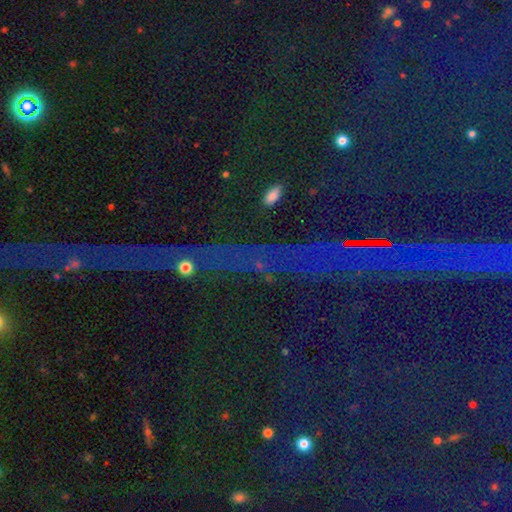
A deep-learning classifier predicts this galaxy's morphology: This appears to be a star or artifact, not a galaxy (82%).